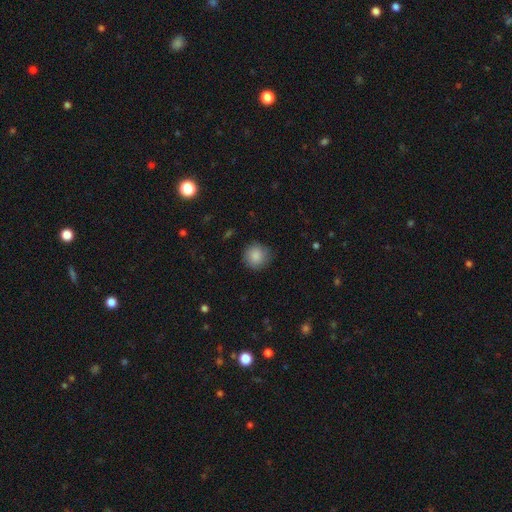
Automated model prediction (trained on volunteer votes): This appears to be a smooth galaxy with no disk features (87%) that is round (93%). Merging: none (84%).